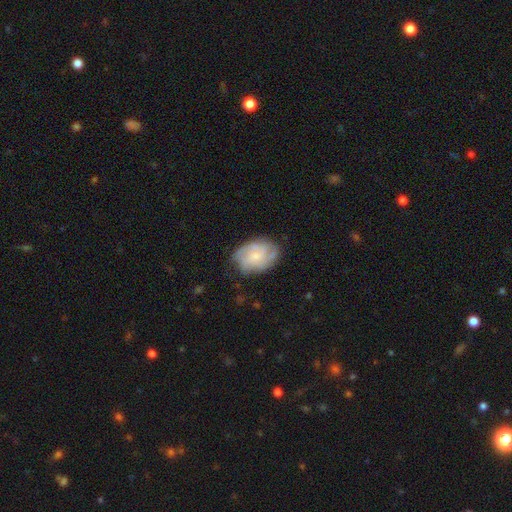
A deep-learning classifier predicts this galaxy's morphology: This appears to be a featured or disk galaxy (64%) with no bar (66%), tight (46%) spiral arms (90%) and a small central bulge (56%). Merging: none (71%).